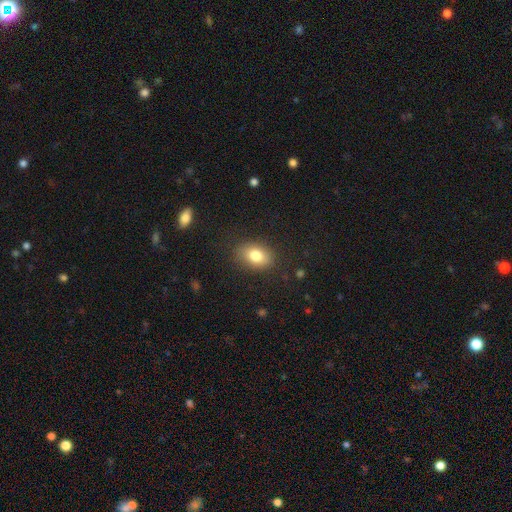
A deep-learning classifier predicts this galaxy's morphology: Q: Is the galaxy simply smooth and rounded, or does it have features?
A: smooth — 80%.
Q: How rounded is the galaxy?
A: in between — 80%.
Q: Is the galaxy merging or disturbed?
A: none — 84%.